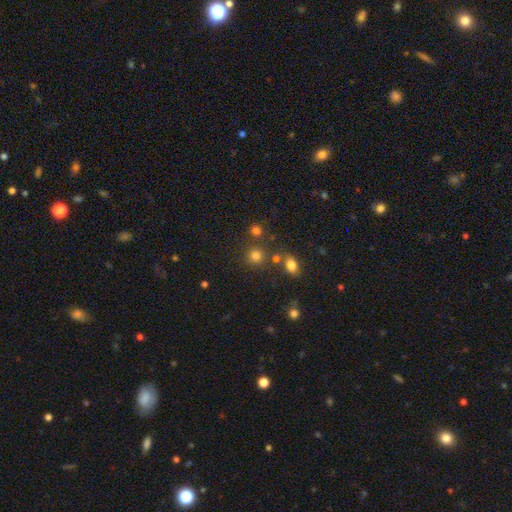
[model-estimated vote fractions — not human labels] smooth 76%, star or artifact 18%, featured or disk 6%. Down the decision tree: how rounded — round (87%); merging — none (73%).